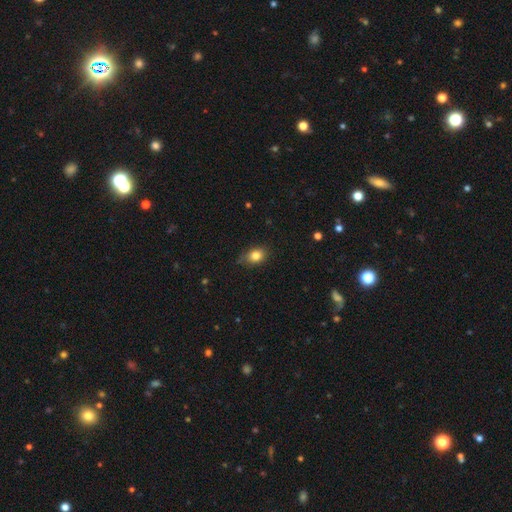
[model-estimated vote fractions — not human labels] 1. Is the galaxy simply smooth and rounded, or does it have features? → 82% smooth, 10% star or artifact, 8% featured or disk.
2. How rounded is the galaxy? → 64% in between, 35% round, 2% cigar-shaped.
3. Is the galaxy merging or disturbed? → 71% none, 24% minor disturbance, 4% major disturbance, 1% merger.